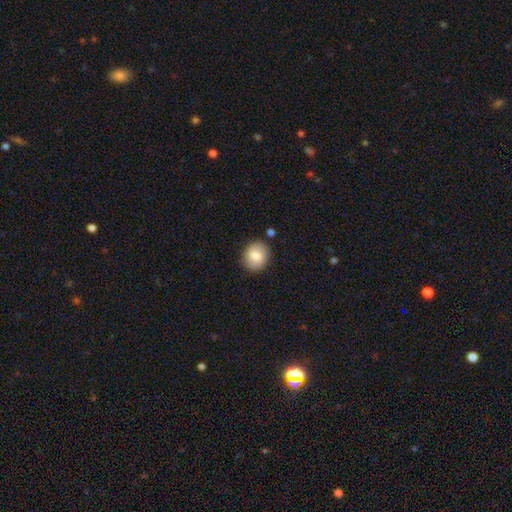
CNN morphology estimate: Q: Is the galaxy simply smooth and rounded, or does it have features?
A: smooth — 82%.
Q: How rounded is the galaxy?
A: round — 76%.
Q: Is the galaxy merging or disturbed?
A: none — 86%.